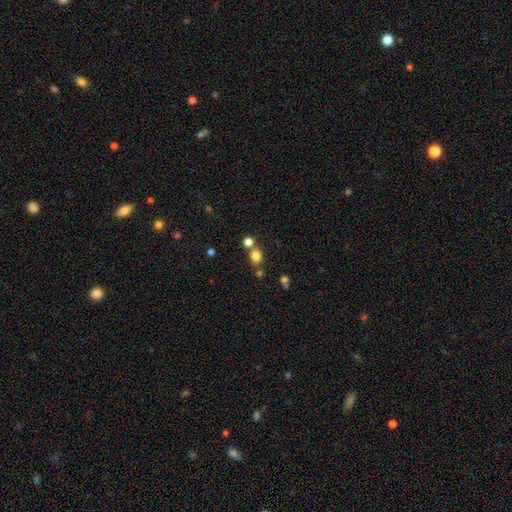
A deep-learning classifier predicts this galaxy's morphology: This appears to be a smooth galaxy with no disk features (80%) that is round (61%). Merging: none (66%).